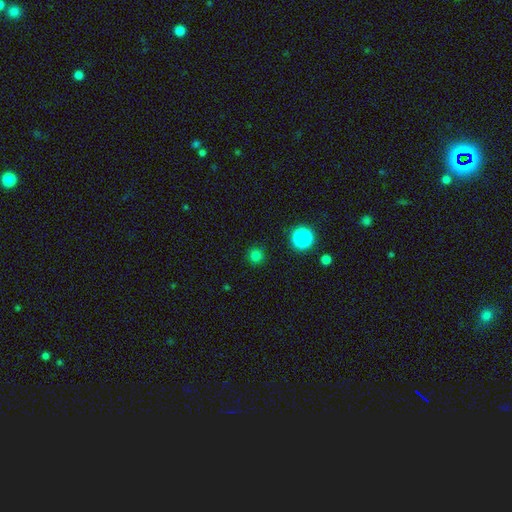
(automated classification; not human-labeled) A smooth galaxy with no disk features (78%) that is round (95%). Merging: none (90%).